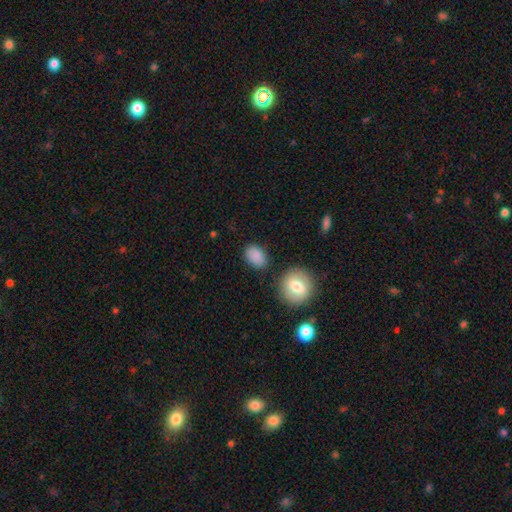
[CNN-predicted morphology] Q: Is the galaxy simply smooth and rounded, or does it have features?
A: smooth — 88%.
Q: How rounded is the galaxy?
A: in between — 77%.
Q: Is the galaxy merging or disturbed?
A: none — 78%.